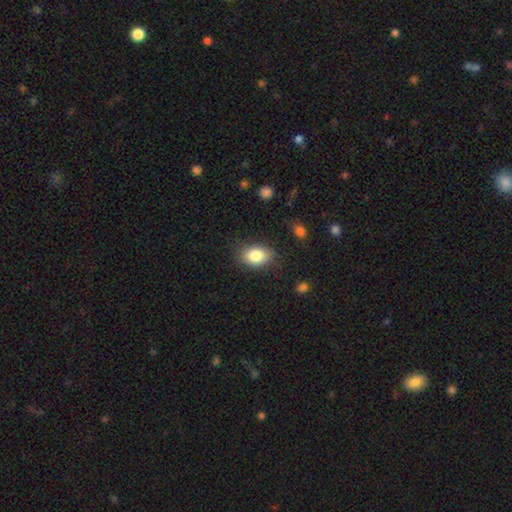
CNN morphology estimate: type=smooth (83%); roundness=in between (80%); merging=none (80%).